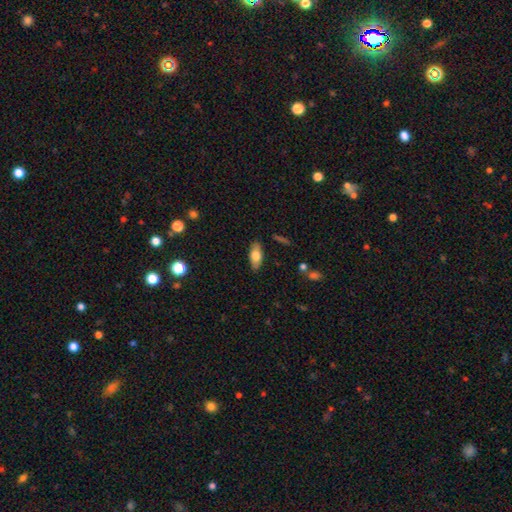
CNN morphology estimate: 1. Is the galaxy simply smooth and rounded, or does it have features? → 71% smooth, 23% featured or disk, 7% star or artifact.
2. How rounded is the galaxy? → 83% in between, 14% cigar-shaped, 3% round.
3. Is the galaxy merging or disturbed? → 86% none, 10% minor disturbance, 2% major disturbance, 1% merger.